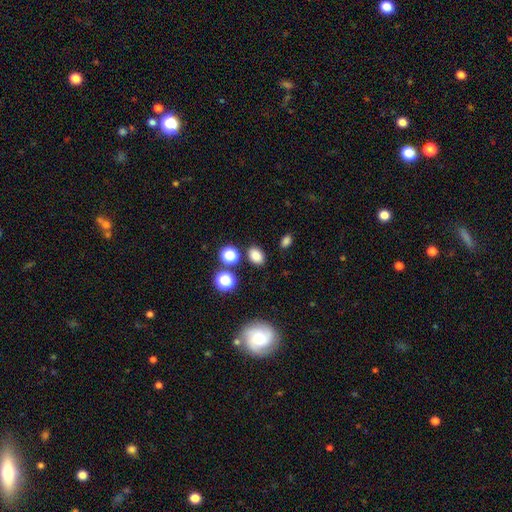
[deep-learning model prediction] Morphology: type=smooth (81%); roundness=in between (75%); merging=none (82%).